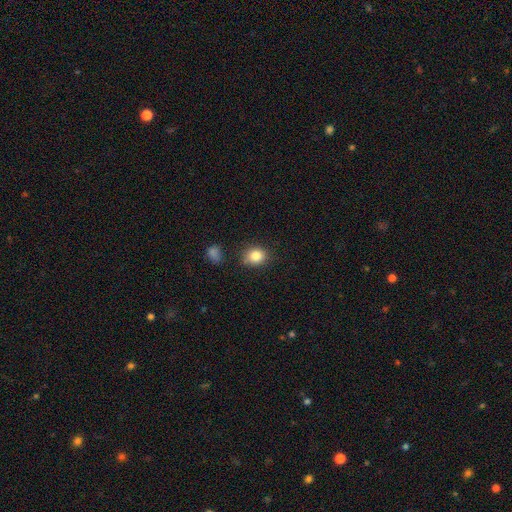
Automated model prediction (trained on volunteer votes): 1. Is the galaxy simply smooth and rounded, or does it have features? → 84% smooth, 10% star or artifact, 6% featured or disk.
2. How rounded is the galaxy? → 67% round, 33% in between, 1% cigar-shaped.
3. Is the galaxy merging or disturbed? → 77% none, 15% minor disturbance, 4% merger, 4% major disturbance.